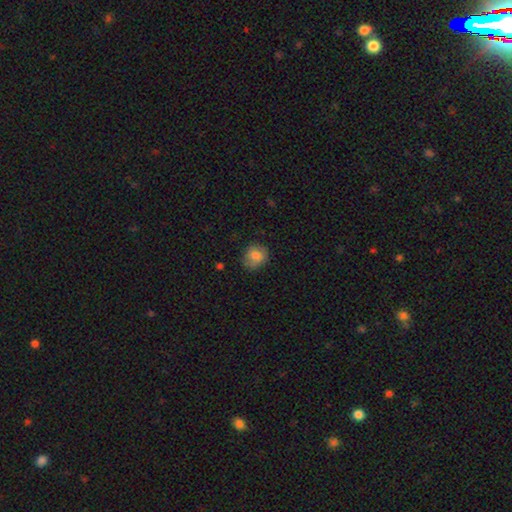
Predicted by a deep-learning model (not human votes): Smooth or featured? smooth (81%)
How rounded? round (70%)
Merging? none (70%)